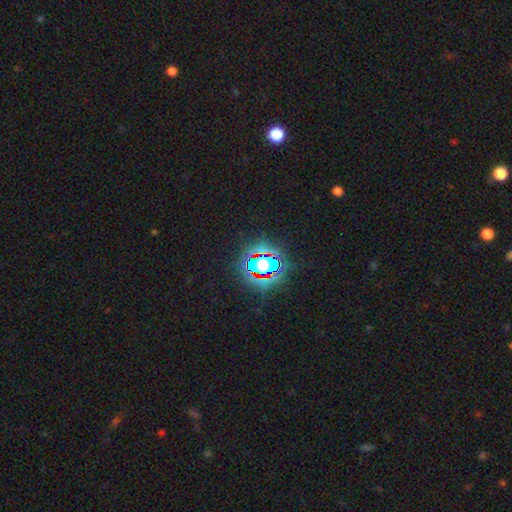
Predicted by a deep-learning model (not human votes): A star or artifact, not a galaxy (71%).